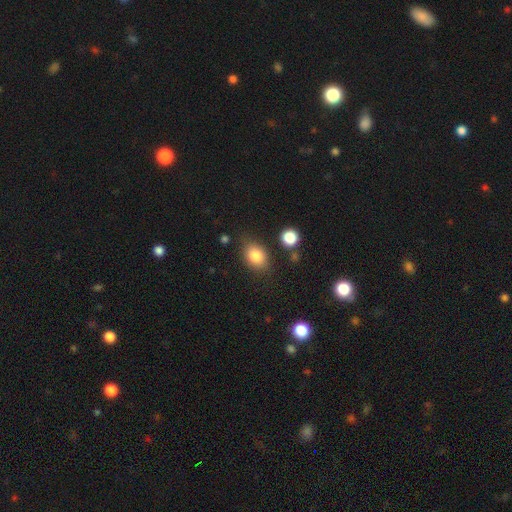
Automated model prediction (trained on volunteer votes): A smooth galaxy with no disk features (83%) that is in between round and cigar-shaped (69%).

Vote fractions:
- Smooth or featured? smooth: 83% / star or artifact: 9% / featured or disk: 8%
- How rounded? in between: 69% / round: 29% / cigar-shaped: 1%
- Merging? none: 75% / minor disturbance: 17% / major disturbance: 5% / merger: 4%